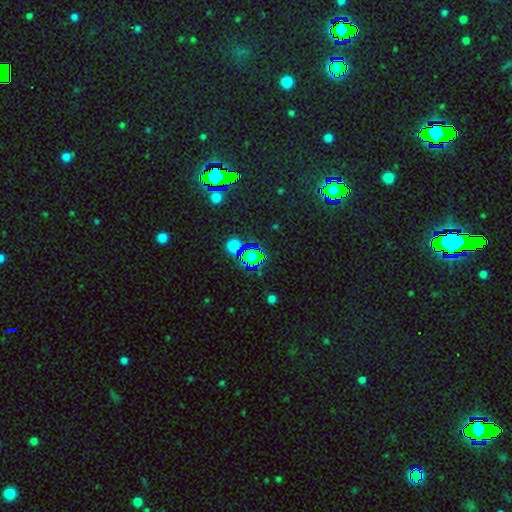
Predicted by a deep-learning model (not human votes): A star or artifact, not a galaxy (53%).